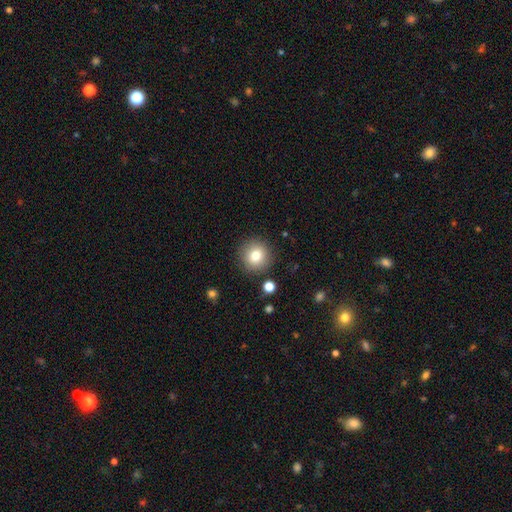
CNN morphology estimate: Q: Smooth or featured?
A: smooth (79%); runner-up: star or artifact (11%)
Q: How rounded?
A: round (93%); runner-up: in between (6%)
Q: Merging?
A: none (89%); runner-up: minor disturbance (7%)